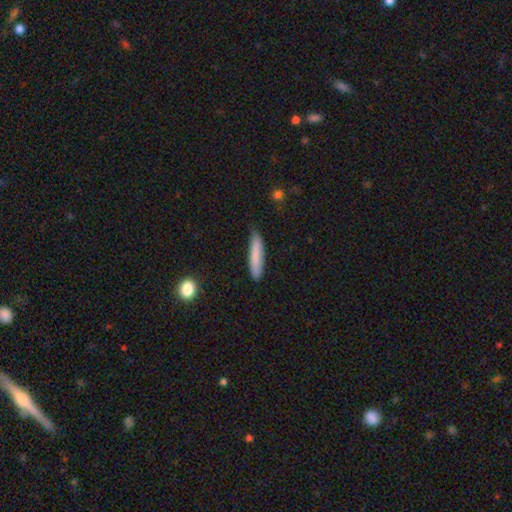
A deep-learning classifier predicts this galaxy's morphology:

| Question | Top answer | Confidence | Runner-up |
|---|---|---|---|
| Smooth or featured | smooth | 82% | featured or disk (12%) |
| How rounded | cigar-shaped | 89% | in between (10%) |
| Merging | none | 81% | minor disturbance (15%) |